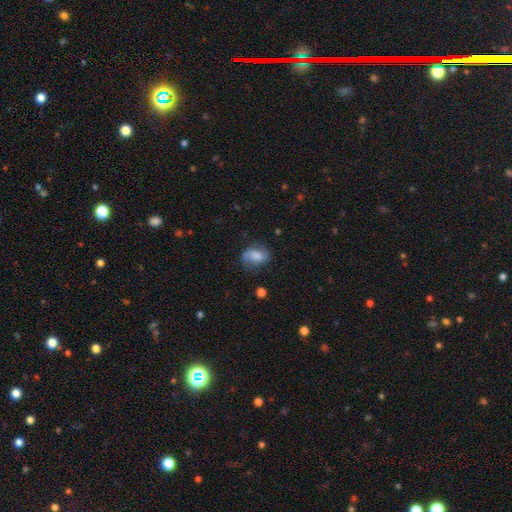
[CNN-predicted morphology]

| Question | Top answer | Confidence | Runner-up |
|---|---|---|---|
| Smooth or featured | smooth | 69% | featured or disk (22%) |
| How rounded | in between | 76% | round (22%) |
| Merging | none | 62% | minor disturbance (26%) |